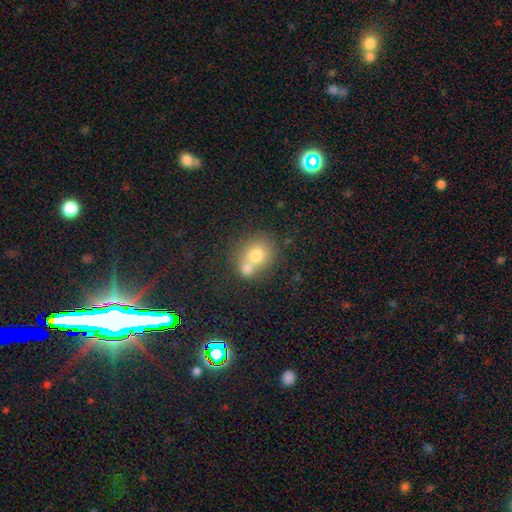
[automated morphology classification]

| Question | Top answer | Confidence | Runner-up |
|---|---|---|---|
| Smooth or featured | smooth | 72% | featured or disk (18%) |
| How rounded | round | 77% | in between (22%) |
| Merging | merger | 53% | none (35%) |